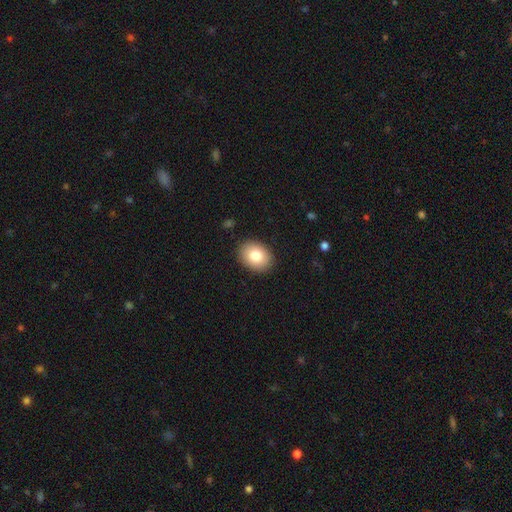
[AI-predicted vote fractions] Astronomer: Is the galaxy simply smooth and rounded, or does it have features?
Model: smooth — 80%.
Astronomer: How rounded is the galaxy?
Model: in between — 63%.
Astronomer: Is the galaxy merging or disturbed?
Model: none — 90%.